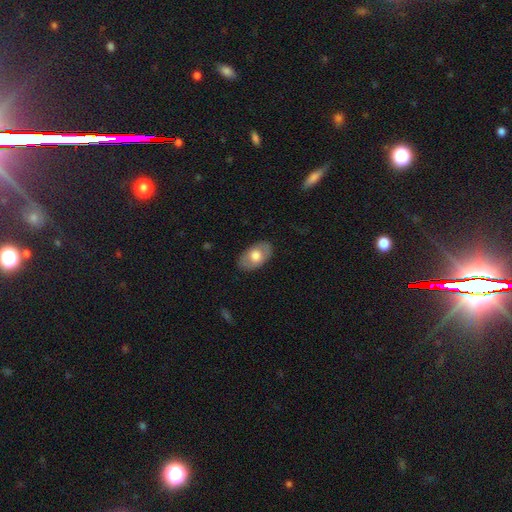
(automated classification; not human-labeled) smooth 63%, featured or disk 31%, star or artifact 6%. Down the decision tree: how rounded — in between (92%); merging — none (83%).